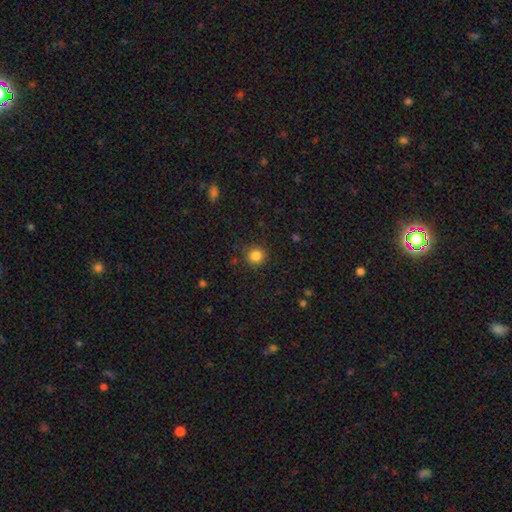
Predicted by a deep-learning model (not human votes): A smooth galaxy with no disk features (85%) that is round (93%). Merging: none (88%).